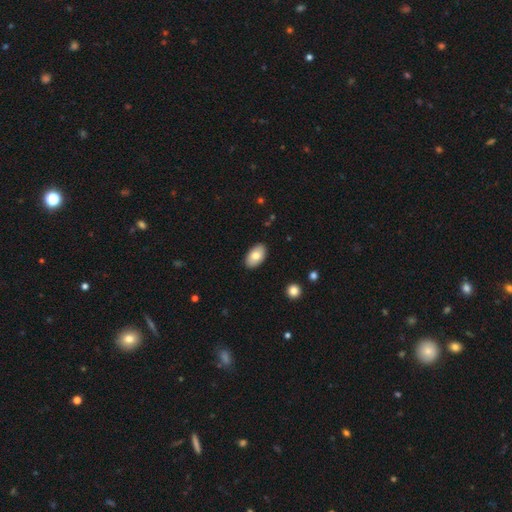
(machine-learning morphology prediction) A smooth galaxy with no disk features (77%) that is in between round and cigar-shaped (94%). Merging: none (88%).